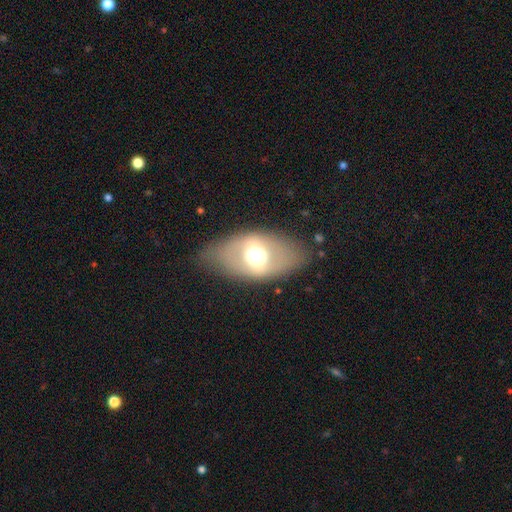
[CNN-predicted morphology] smooth-or-featured: smooth: 52% | featured or disk: 39% | star or artifact: 9%
  how-rounded: in between: 87% | round: 11% | cigar-shaped: 3%
  merging: none: 77% | minor disturbance: 14% | major disturbance: 8% | merger: 1%